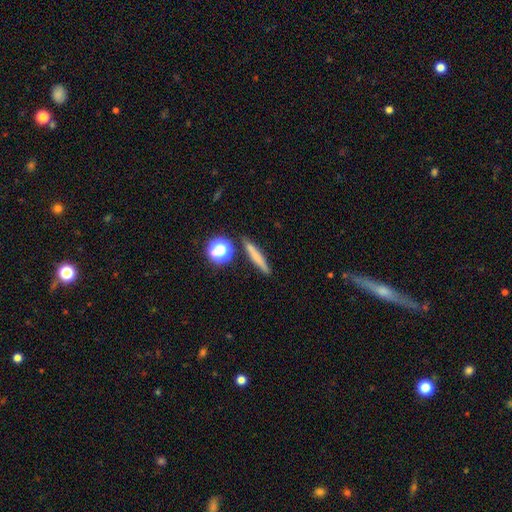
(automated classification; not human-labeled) This appears to be a smooth galaxy with no disk features (67%) that is cigar-shaped (85%). Merging: none (85%).